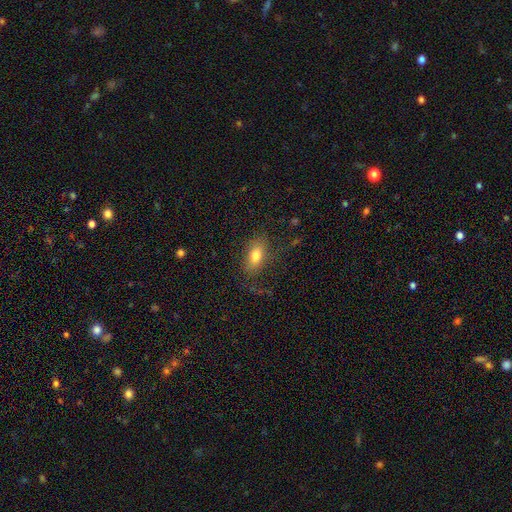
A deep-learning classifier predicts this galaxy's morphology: Overall: smooth (77%). How rounded: in between (86%). Merging: none (77%).